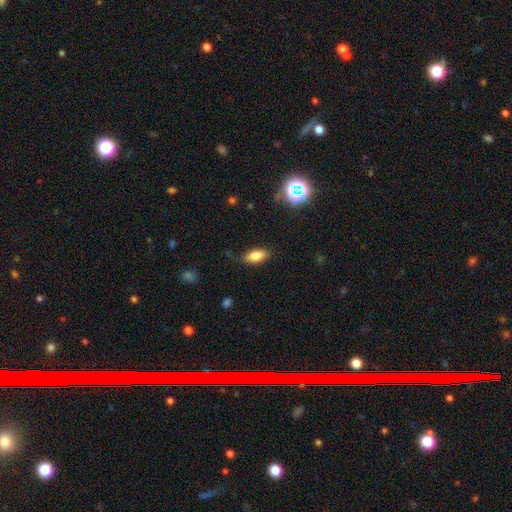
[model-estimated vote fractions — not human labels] Q: Smooth or featured?
A: smooth (79%); runner-up: featured or disk (11%)
Q: How rounded?
A: in between (84%); runner-up: cigar-shaped (12%)
Q: Merging?
A: none (82%); runner-up: minor disturbance (14%)